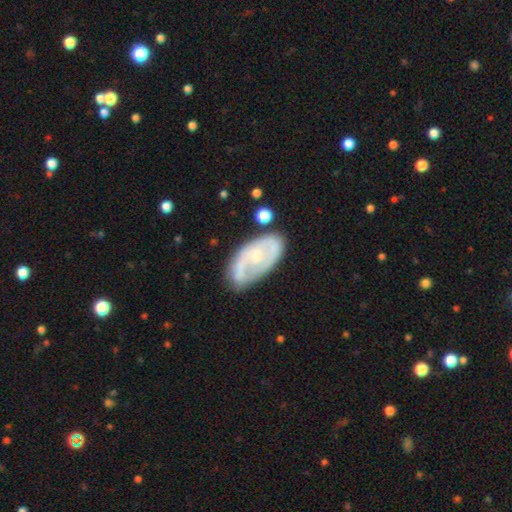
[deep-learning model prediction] The model was most divided on "spiral arms": yes: 56%, no: 44%. More confident: edge-on disk — no (93%); bar — no (72%); merging — none (65%); bulge size — small (61%); smooth or featured — featured or disk (61%).